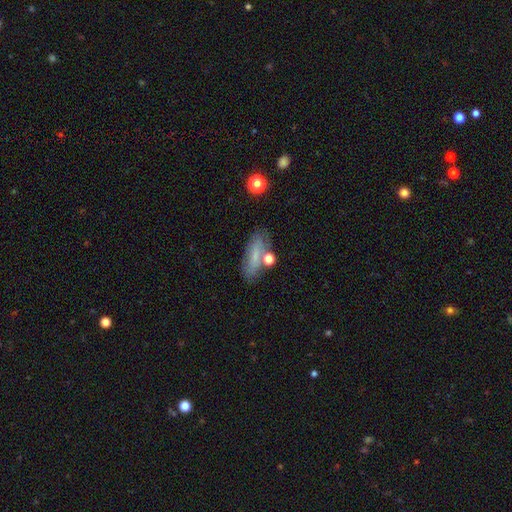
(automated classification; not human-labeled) A smooth galaxy with no disk features (63%) that is in between round and cigar-shaped (56%). Merging: none (68%).